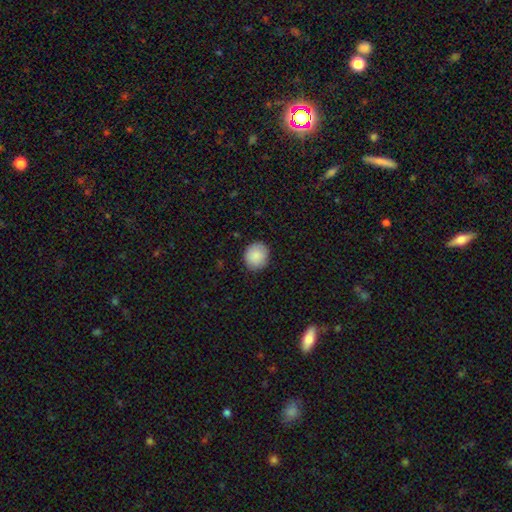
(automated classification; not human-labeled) Q: Smooth or featured?
A: smooth (89%); runner-up: star or artifact (7%)
Q: How rounded?
A: round (83%); runner-up: in between (16%)
Q: Merging?
A: none (88%); runner-up: minor disturbance (9%)